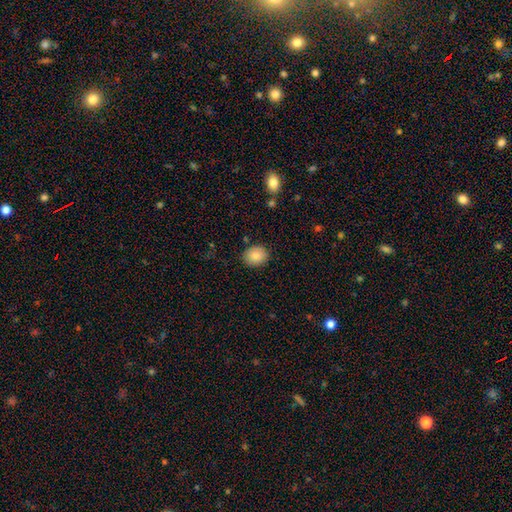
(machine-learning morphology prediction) smooth_or_featured: smooth (p=0.86) [alt: star or artifact p=0.08]
how_rounded: round (p=0.57) [alt: in between p=0.42]
merging: none (p=0.86) [alt: minor disturbance p=0.10]